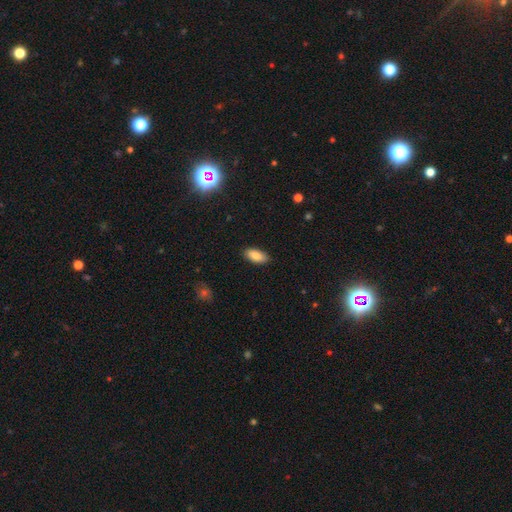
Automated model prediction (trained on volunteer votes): Smooth or featured? Predicted: smooth (p=0.86). How rounded? Predicted: in between (p=0.90). Merging? Predicted: none (p=0.88).